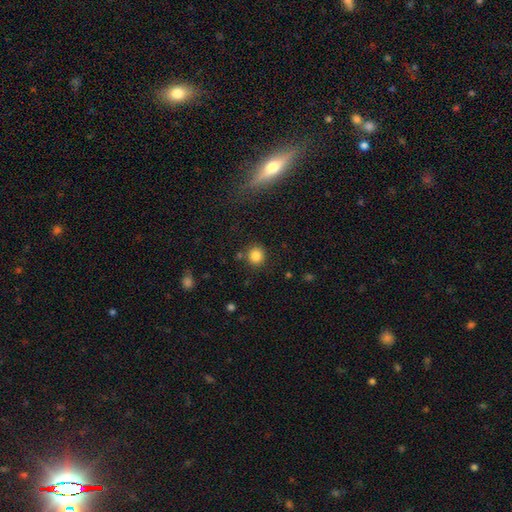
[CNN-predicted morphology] A smooth galaxy with no disk features (84%) that is round (90%). Merging: none (84%).